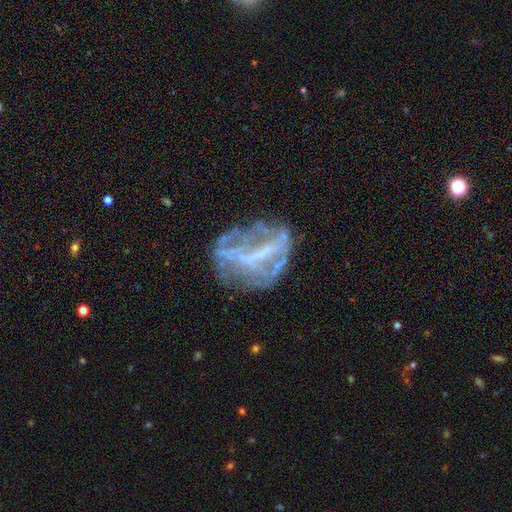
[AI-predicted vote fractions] smooth_or_featured: featured or disk (p=0.69) [alt: star or artifact p=0.15]
disk_edge_on: no (p=0.92) [alt: yes p=0.08]
bar: strong (p=0.47) [alt: no p=0.28]
has_spiral_arms: no (p=0.65) [alt: yes p=0.35]
bulge_size: none (p=0.52) [alt: small p=0.32]
merging: none (p=0.49) [alt: major disturbance p=0.27]